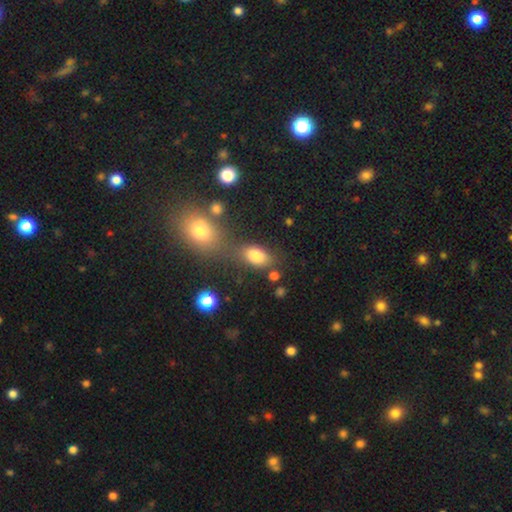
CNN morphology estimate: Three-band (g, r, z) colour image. It shows a smooth galaxy with no disk features (80%) that is in between round and cigar-shaped (85%). Merging: none (58%).